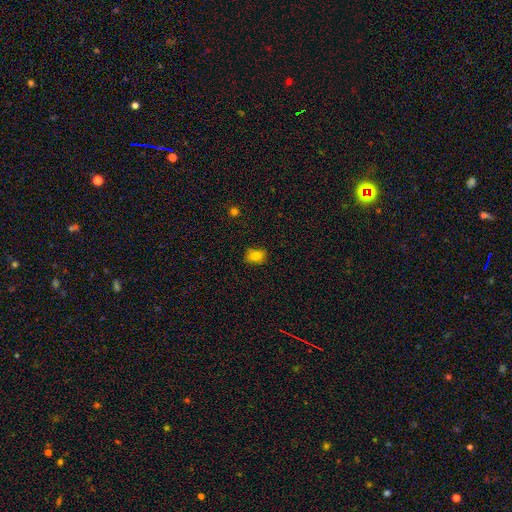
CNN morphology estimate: The model was most divided on "how rounded": in between: 64%, round: 34%, cigar-shaped: 1%. More confident: merging — none (83%); smooth or featured — smooth (81%).